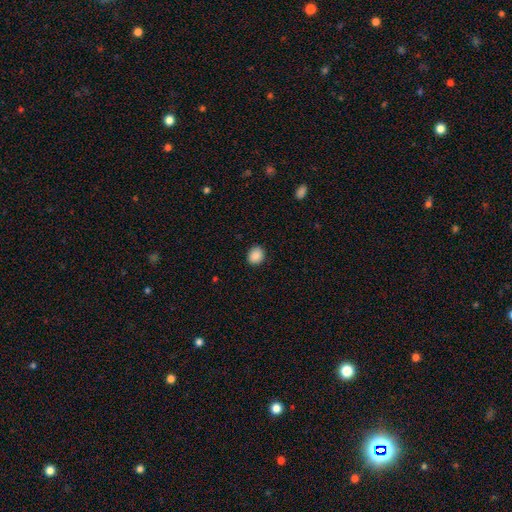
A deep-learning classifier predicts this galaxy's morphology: smooth 89%, star or artifact 9%, featured or disk 3%. Down the decision tree: how rounded — round (70%); merging — none (89%).